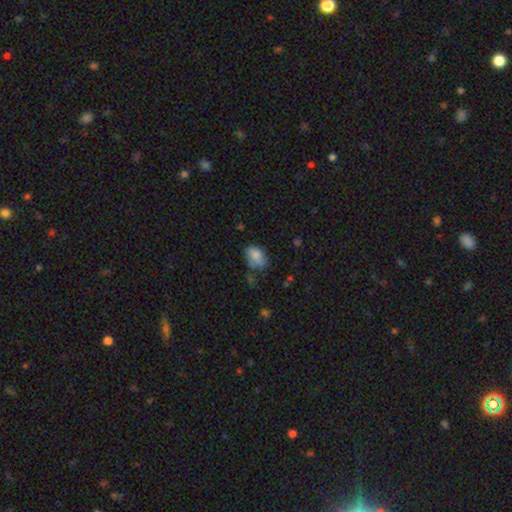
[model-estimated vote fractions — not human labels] Overall: smooth (79%). How rounded: in between (85%). Merging: none (51%; minor disturbance 29%).